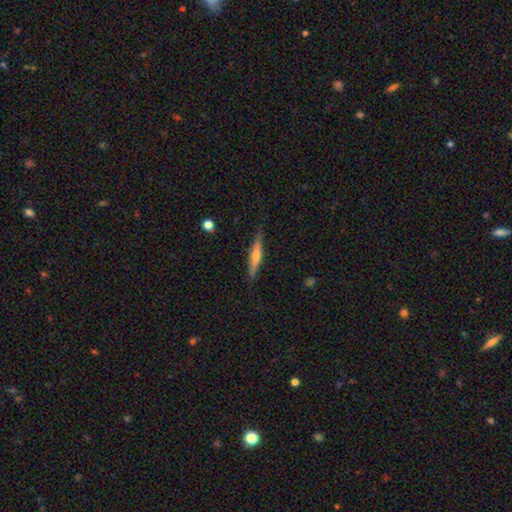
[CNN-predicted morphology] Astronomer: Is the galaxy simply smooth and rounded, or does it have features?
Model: featured or disk — 60%.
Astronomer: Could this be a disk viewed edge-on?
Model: yes — 97%.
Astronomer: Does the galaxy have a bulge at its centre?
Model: rounded — 77%.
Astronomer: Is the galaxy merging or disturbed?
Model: none — 87%.